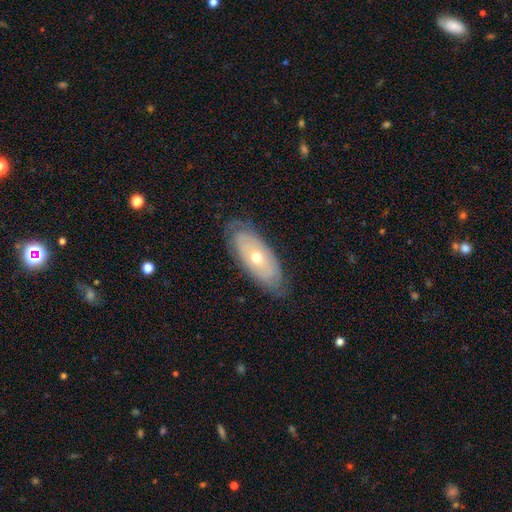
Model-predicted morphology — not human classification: featured or disk 61%, smooth 31%, star or artifact 8%. Down the decision tree: edge-on disk — no (81%); merging — none (82%).